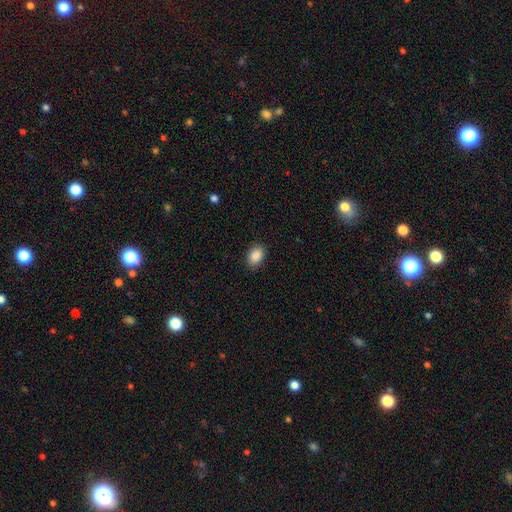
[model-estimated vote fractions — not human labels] smooth 89%, star or artifact 8%, featured or disk 4%. Down the decision tree: how rounded — in between (83%); merging — none (86%).